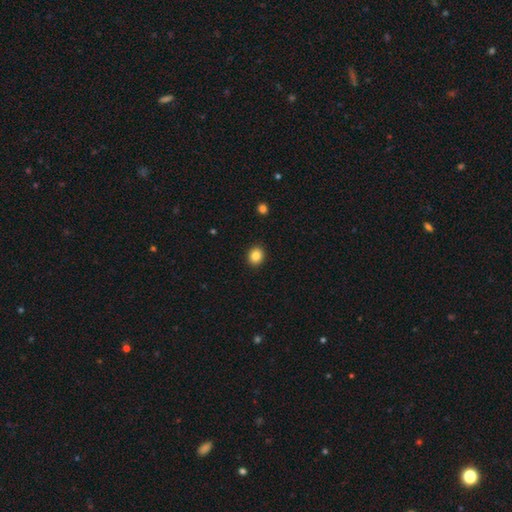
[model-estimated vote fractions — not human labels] smooth-or-featured: smooth: 85% | star or artifact: 10% | featured or disk: 5%
  how-rounded: round: 71% | in between: 29% | cigar-shaped: 1%
  merging: none: 92% | minor disturbance: 6% | major disturbance: 2% | merger: 1%